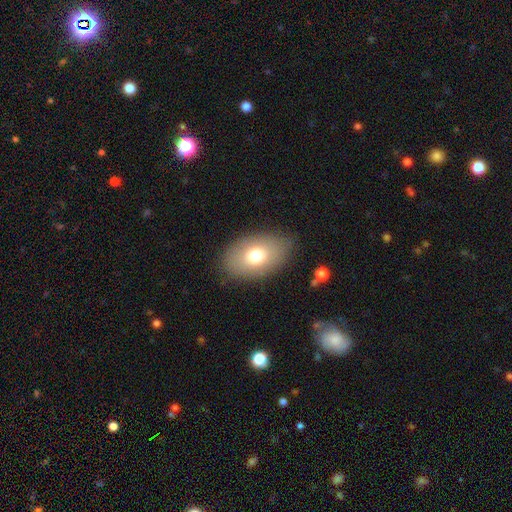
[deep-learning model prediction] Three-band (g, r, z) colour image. It shows a smooth galaxy with no disk features (73%) that is in between round and cigar-shaped (88%). Merging: none (82%).